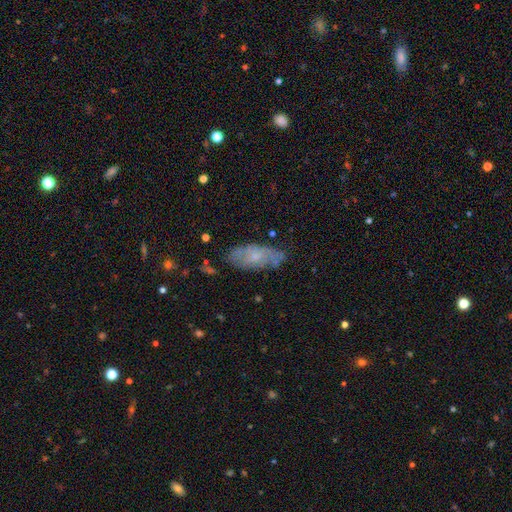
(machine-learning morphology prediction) Overall: featured or disk (46%; smooth 45%). Merging: none (73%).